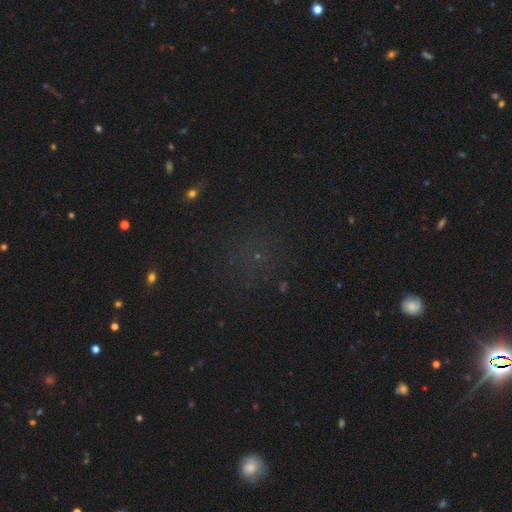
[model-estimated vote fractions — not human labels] The model was most divided on "smooth or featured": star or artifact: 54%, smooth: 34%, featured or disk: 12%.